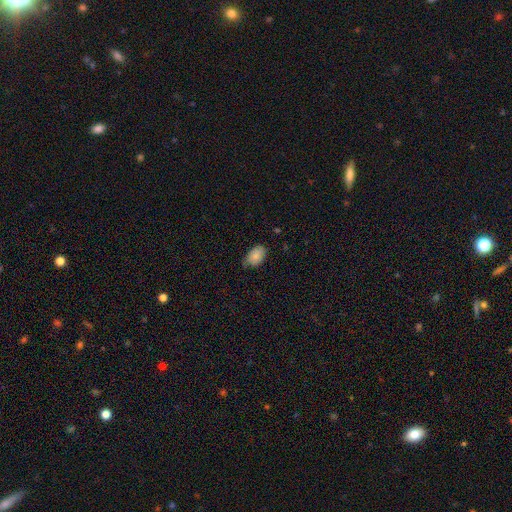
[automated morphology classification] type=smooth (83%); roundness=in between (88%); merging=none (63%).